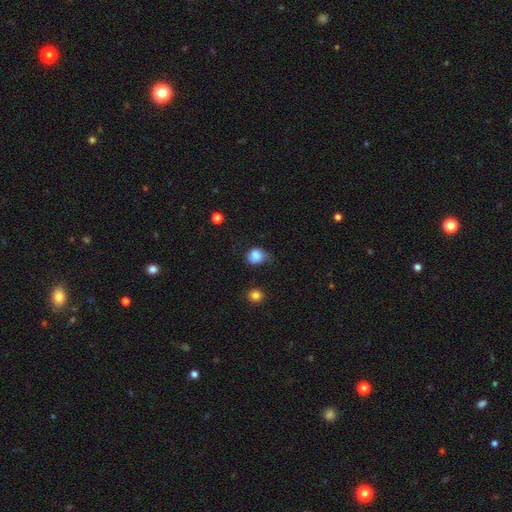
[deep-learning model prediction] A smooth galaxy with no disk features (83%) that is round (66%).

Vote fractions:
- Smooth or featured? smooth: 83% / star or artifact: 9% / featured or disk: 8%
- How rounded? round: 66% / in between: 33% / cigar-shaped: 1%
- Merging? none: 40% / minor disturbance: 39% / major disturbance: 18% / merger: 3%